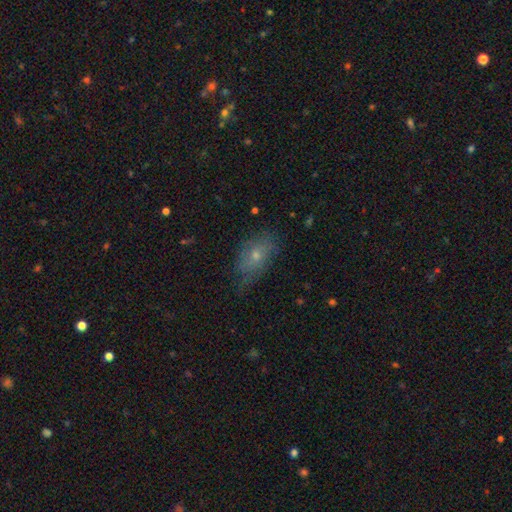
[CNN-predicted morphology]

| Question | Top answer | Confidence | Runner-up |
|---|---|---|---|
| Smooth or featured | smooth | 60% | featured or disk (29%) |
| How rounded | in between | 85% | round (10%) |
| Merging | none | 59% | minor disturbance (29%) |